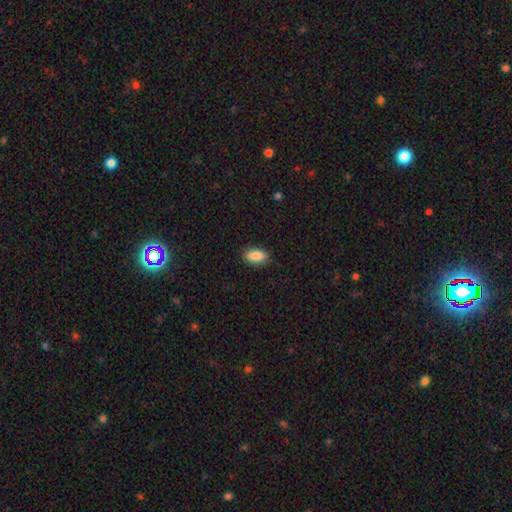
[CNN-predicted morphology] Smooth or featured?
  - smooth: 88% *
  - star or artifact: 7%
  - featured or disk: 5%
How rounded?
  - in between: 90% *
  - cigar-shaped: 6%
  - round: 4%
Merging?
  - none: 87% *
  - minor disturbance: 10%
  - major disturbance: 2%
  - merger: 1%